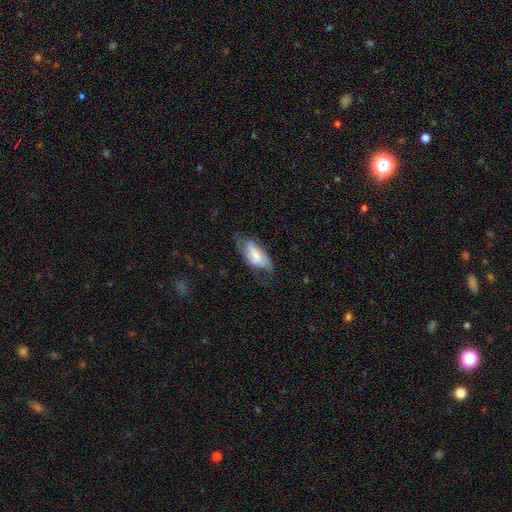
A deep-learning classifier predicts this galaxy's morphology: Q: Smooth or featured?
A: featured or disk (65%); runner-up: smooth (29%)
Q: Edge-on disk?
A: no (92%); runner-up: yes (8%)
Q: Bar?
A: weak (44%); runner-up: strong (30%)
Q: Spiral arms?
A: yes (87%); runner-up: no (13%)
Q: Spiral winding?
A: medium (44%); runner-up: loose (35%)
Q: Spiral arm count?
A: 2 (79%); runner-up: can't tell (12%)
Q: Bulge size?
A: small (40%); runner-up: moderate (37%)
Q: Merging?
A: none (56%); runner-up: minor disturbance (26%)